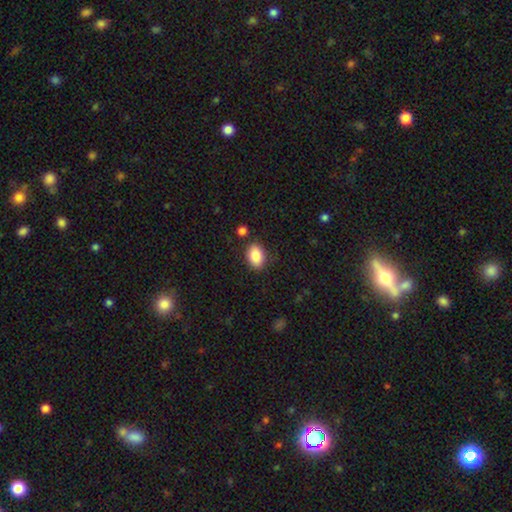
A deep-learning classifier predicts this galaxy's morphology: Smooth or featured?
  - smooth: 87% *
  - star or artifact: 7%
  - featured or disk: 5%
How rounded?
  - in between: 87% *
  - round: 12%
  - cigar-shaped: 1%
Merging?
  - none: 83% *
  - minor disturbance: 11%
  - merger: 3%
  - major disturbance: 3%